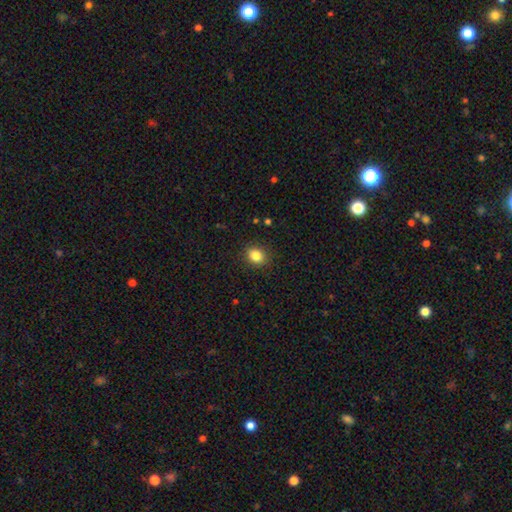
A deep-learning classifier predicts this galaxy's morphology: Smooth or featured? Predicted: smooth (p=0.84). How rounded? Predicted: round (p=0.63). Merging? Predicted: none (p=0.89).